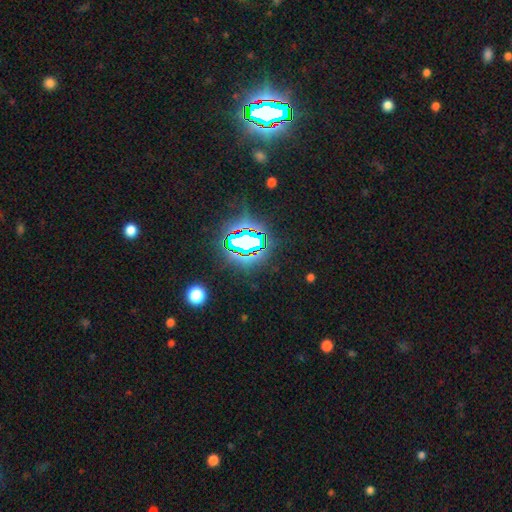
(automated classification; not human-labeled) The model was most divided on "smooth or featured": star or artifact: 85%, smooth: 8%, featured or disk: 6%.